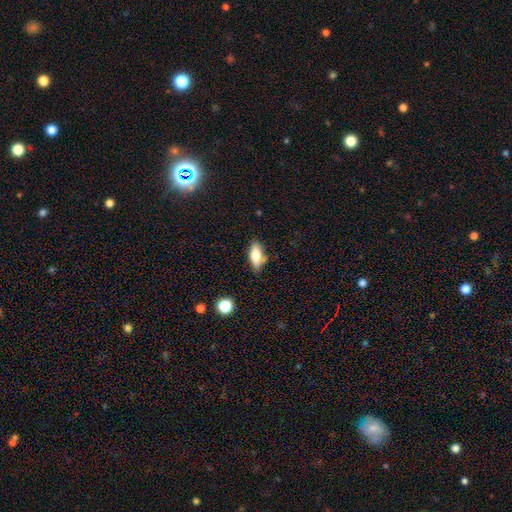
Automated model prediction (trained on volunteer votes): A smooth galaxy with no disk features (73%) that is in between round and cigar-shaped (76%). Merging: none (70%).